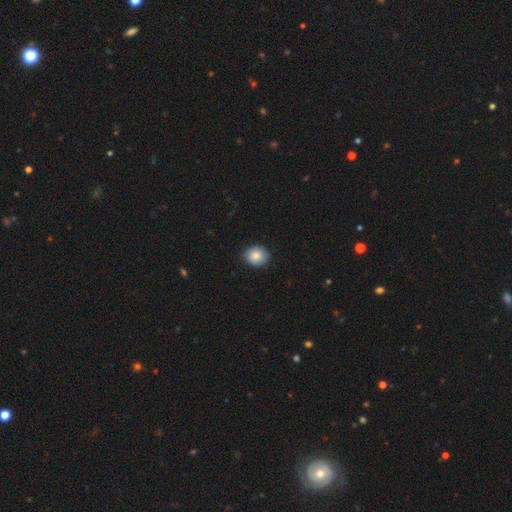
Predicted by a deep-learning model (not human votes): smooth-or-featured: smooth: 86% | star or artifact: 8% | featured or disk: 6%
  how-rounded: round: 78% | in between: 22% | cigar-shaped: 1%
  merging: none: 87% | minor disturbance: 10% | major disturbance: 2% | merger: 1%